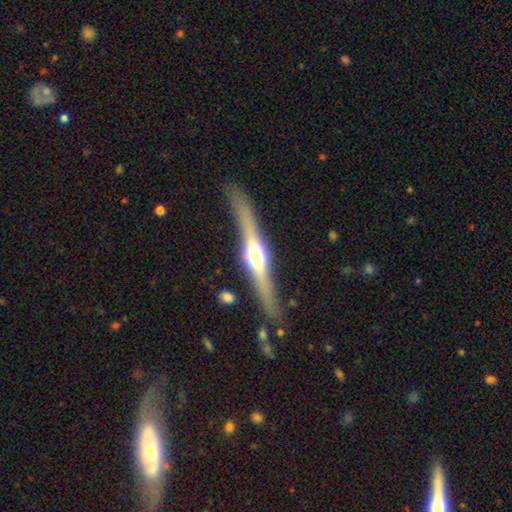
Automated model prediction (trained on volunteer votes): This is likely a featured or disk galaxy (77%). It is clearly viewed edge-on (97%). Edge-on bulge: clearly rounded (93%). Merging: clearly none (87%).